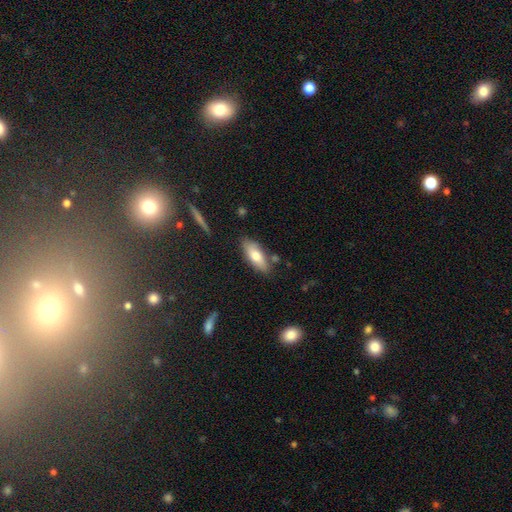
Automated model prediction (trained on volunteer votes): Smooth or featured? Predicted: smooth (p=0.71). How rounded? Predicted: in between (p=0.72). Merging? Predicted: none (p=0.79).